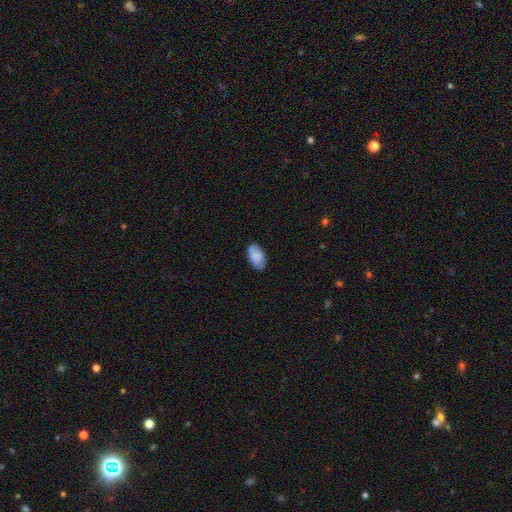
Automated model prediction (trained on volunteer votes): Smooth or featured? smooth (78%)
How rounded? in between (94%)
Merging? none (78%)